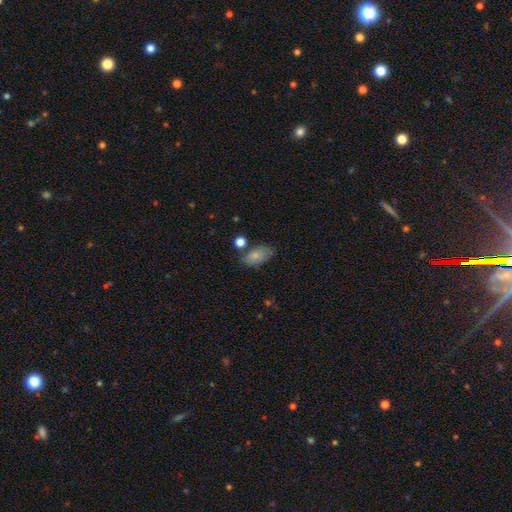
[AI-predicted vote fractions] Morphology: type=smooth (79%); roundness=in between (91%); merging=none (64%).